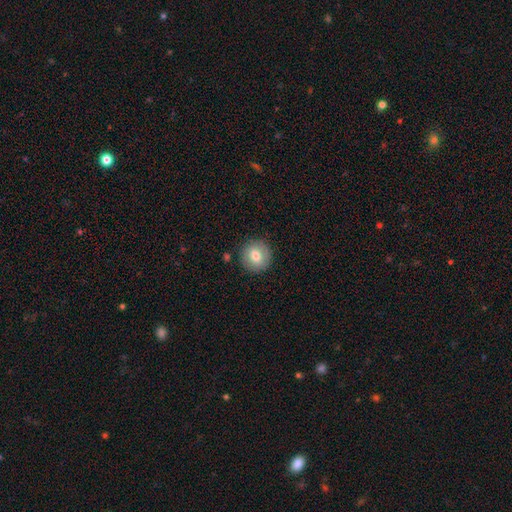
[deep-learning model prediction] Q: Smooth or featured?
A: smooth (77%); runner-up: featured or disk (15%)
Q: How rounded?
A: round (93%); runner-up: in between (7%)
Q: Merging?
A: none (88%); runner-up: minor disturbance (8%)